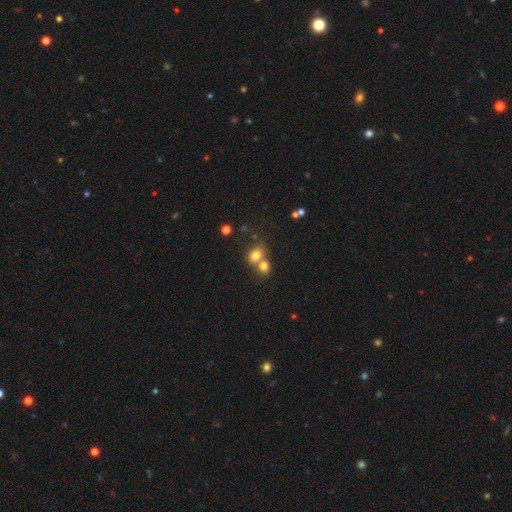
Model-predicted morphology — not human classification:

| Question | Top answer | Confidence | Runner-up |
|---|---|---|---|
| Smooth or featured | smooth | 77% | featured or disk (12%) |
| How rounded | in between | 55% | round (43%) |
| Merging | merger | 55% | none (34%) |